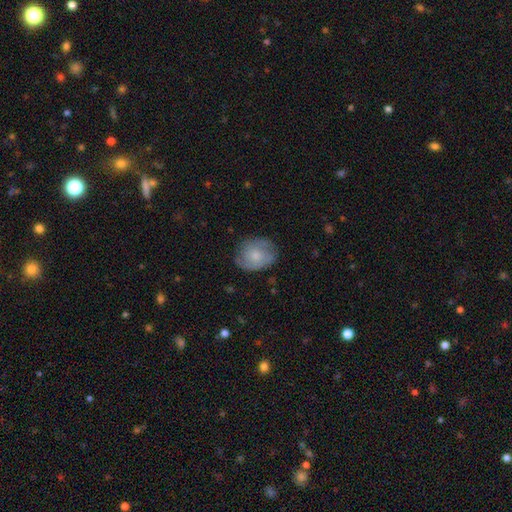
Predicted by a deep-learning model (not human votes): Smooth or featured?
  - smooth: 52% *
  - featured or disk: 41%
  - star or artifact: 7%
How rounded?
  - round: 52% *
  - in between: 47%
  - cigar-shaped: 1%
Merging?
  - none: 71% *
  - minor disturbance: 21%
  - major disturbance: 7%
  - merger: 1%